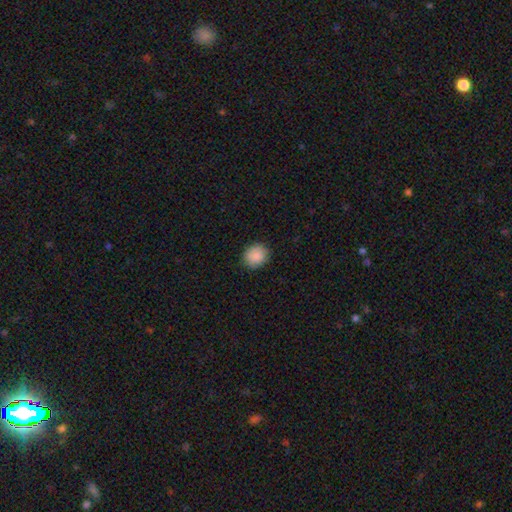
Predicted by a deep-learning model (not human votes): Morphology: type=smooth (88%); roundness=round (79%); merging=none (89%).